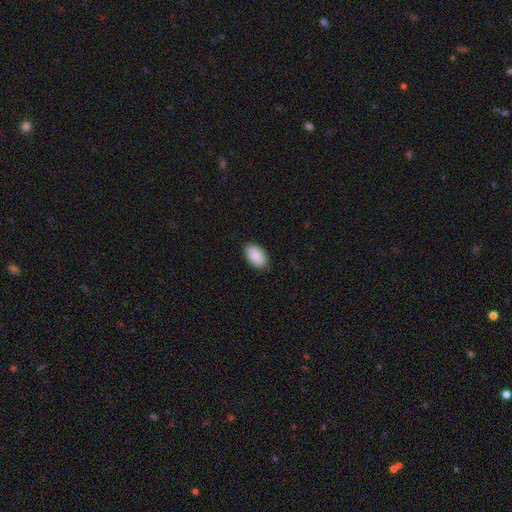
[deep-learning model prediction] smooth_or_featured: smooth (p=0.91) [alt: star or artifact p=0.06]
how_rounded: in between (p=0.95) [alt: round p=0.04]
merging: none (p=0.87) [alt: minor disturbance p=0.10]